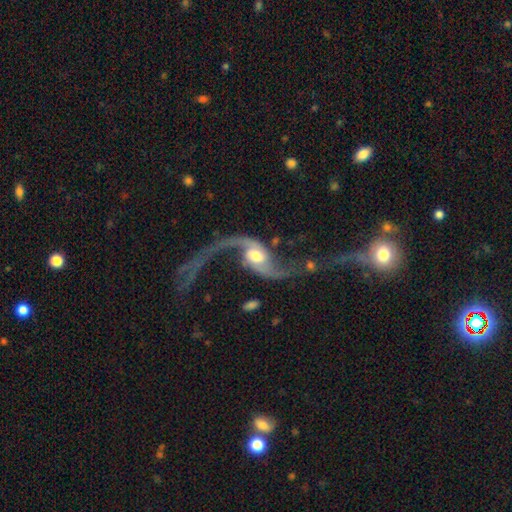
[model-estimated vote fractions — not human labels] smooth_or_featured: featured or disk (p=0.90) [alt: smooth p=0.06]
disk_edge_on: no (p=0.96) [alt: yes p=0.04]
bar: no (p=0.43) [alt: weak p=0.41]
has_spiral_arms: yes (p=0.96) [alt: no p=0.04]
spiral_winding: loose (p=0.90) [alt: medium p=0.08]
spiral_arm_count: 2 (p=0.93) [alt: 1 p=0.02]
bulge_size: moderate (p=0.65) [alt: large p=0.17]
merging: none (p=0.51) [alt: major disturbance p=0.26]